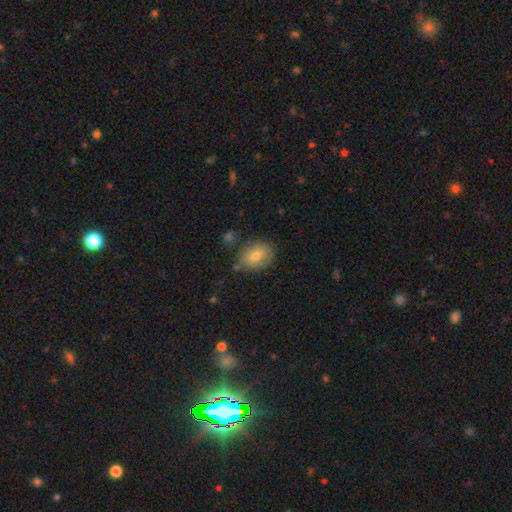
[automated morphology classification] smooth_or_featured: smooth (p=0.73) [alt: featured or disk p=0.18]
how_rounded: in between (p=0.68) [alt: round p=0.31]
merging: none (p=0.69) [alt: minor disturbance p=0.22]